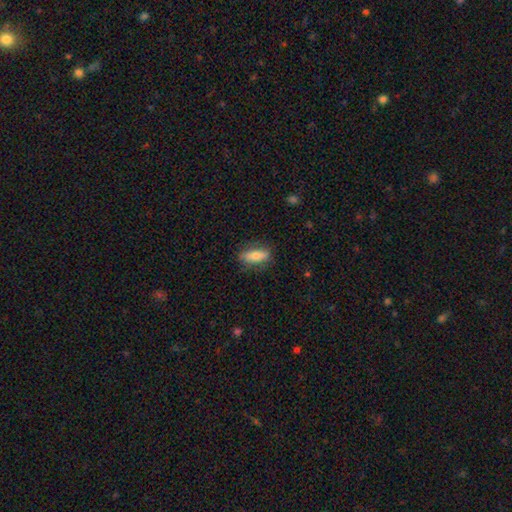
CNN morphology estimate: Overall: smooth (71%). How rounded: in between (63%; cigar-shaped 34%). Merging: none (80%).